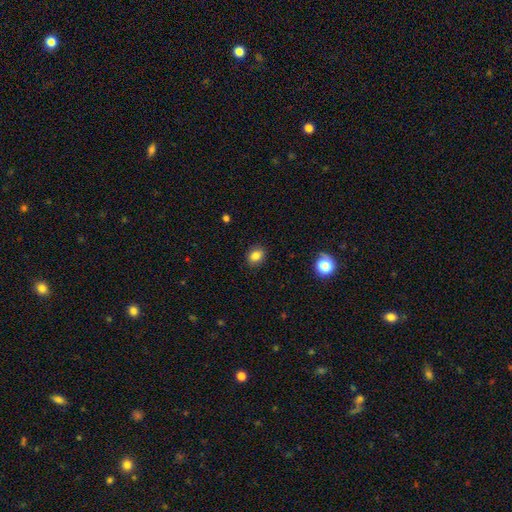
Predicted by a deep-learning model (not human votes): smooth_or_featured: smooth (p=0.82) [alt: star or artifact p=0.12]
how_rounded: round (p=0.58) [alt: in between p=0.41]
merging: none (p=0.89) [alt: minor disturbance p=0.07]